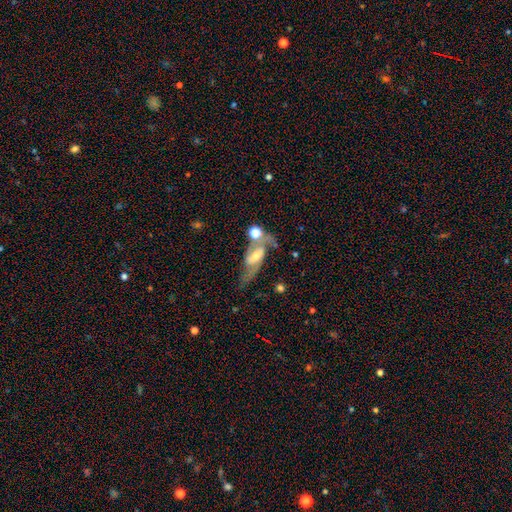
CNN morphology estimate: featured or disk 78%, smooth 14%, star or artifact 8%. Down the decision tree: edge-on disk — no (90%); bar — weak (44%); spiral arms — yes (92%); spiral arm count — 2 (88%); spiral winding — medium (45%); bulge size — small (49%); merging — none (54%).